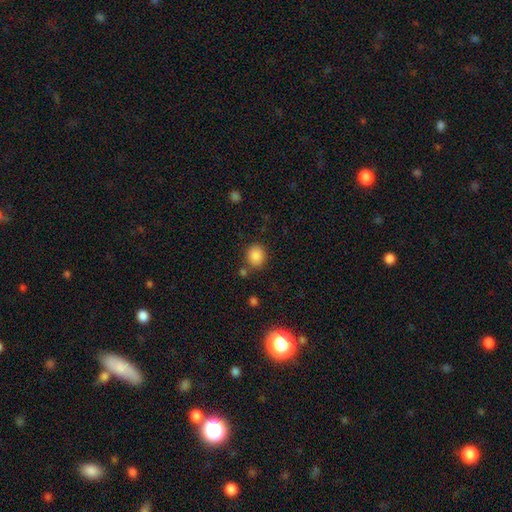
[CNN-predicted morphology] The model was most divided on "how rounded": round: 73%, in between: 26%, cigar-shaped: 1%. More confident: smooth or featured — smooth (86%); merging — none (77%).